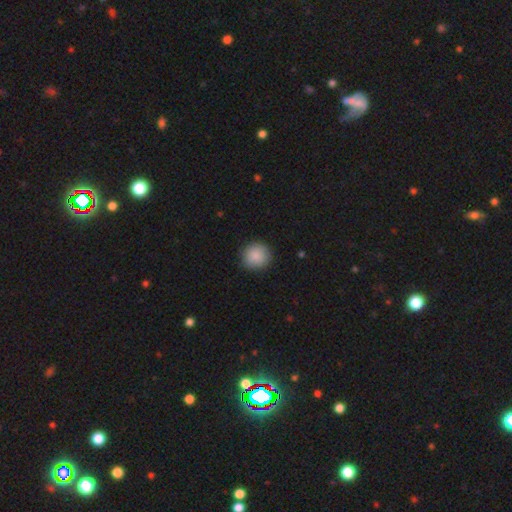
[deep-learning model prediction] Smooth or featured: smooth — 88% (star or artifact — 7%)
How rounded: round — 91% (in between — 8%)
Merging: none — 88% (minor disturbance — 9%)